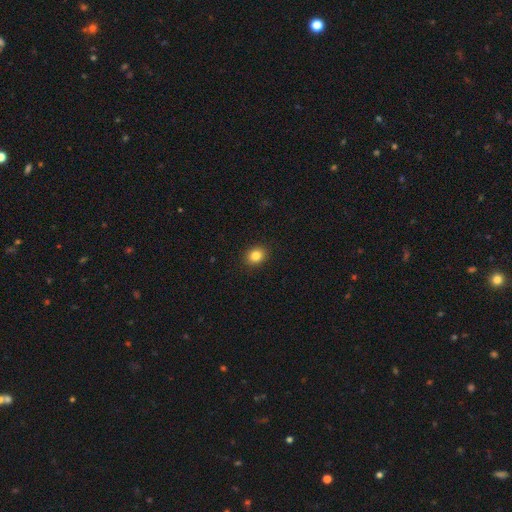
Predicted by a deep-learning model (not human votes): Smooth or featured? Predicted: smooth (p=0.84). How rounded? Predicted: round (p=0.62). Merging? Predicted: none (p=0.91).